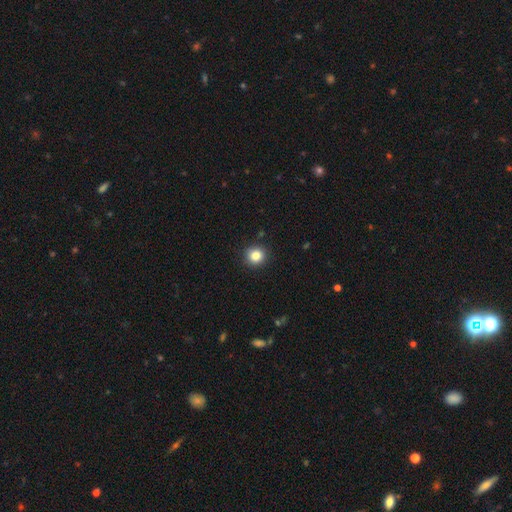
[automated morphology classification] Overall: smooth (84%). How rounded: round (91%). Merging: none (91%).